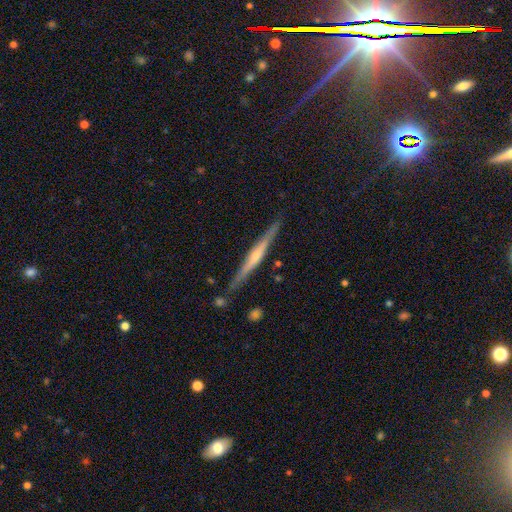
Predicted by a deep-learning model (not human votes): The model was most divided on "edge-on bulge": rounded: 68%, none: 24%, boxy: 8%. More confident: edge-on disk — yes (97%); merging — none (86%); smooth or featured — featured or disk (74%).